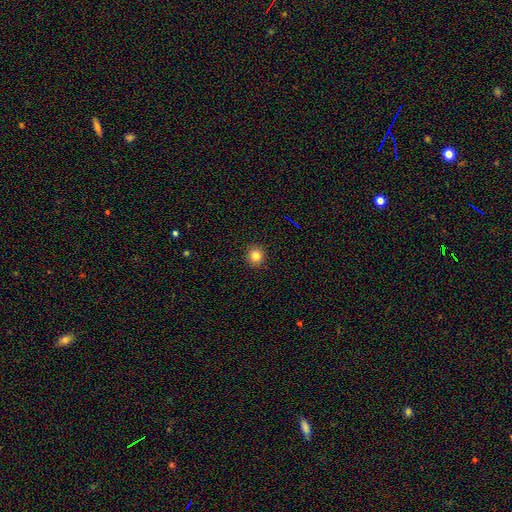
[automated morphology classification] Smooth or featured? Predicted: smooth (p=0.83). How rounded? Predicted: round (p=0.92). Merging? Predicted: none (p=0.92).